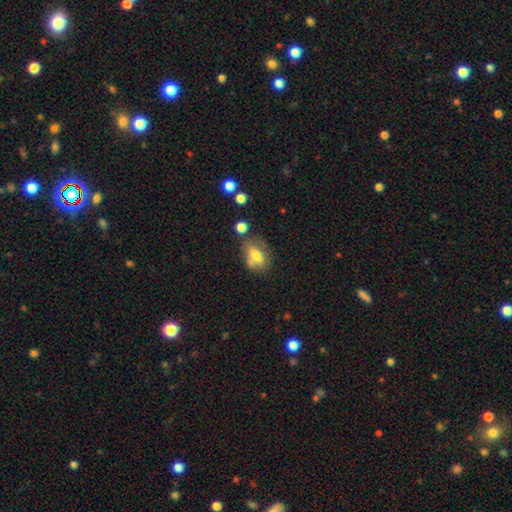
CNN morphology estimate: Q: Smooth or featured?
A: smooth (66%); runner-up: featured or disk (25%)
Q: How rounded?
A: in between (77%); runner-up: round (20%)
Q: Merging?
A: none (50%); runner-up: minor disturbance (23%)